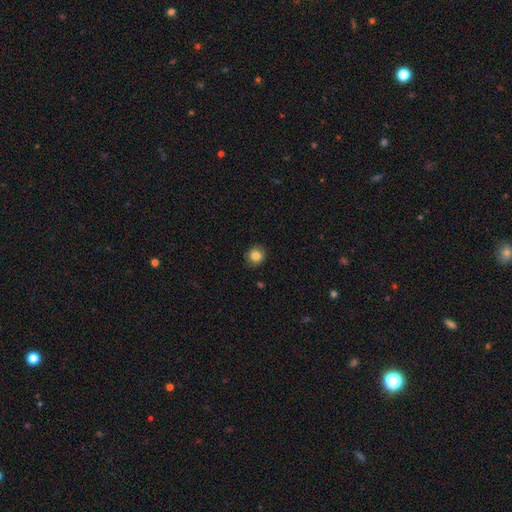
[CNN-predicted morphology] smooth_or_featured: smooth (p=0.84) [alt: star or artifact p=0.10]
how_rounded: round (p=0.87) [alt: in between p=0.12]
merging: none (p=0.86) [alt: minor disturbance p=0.10]